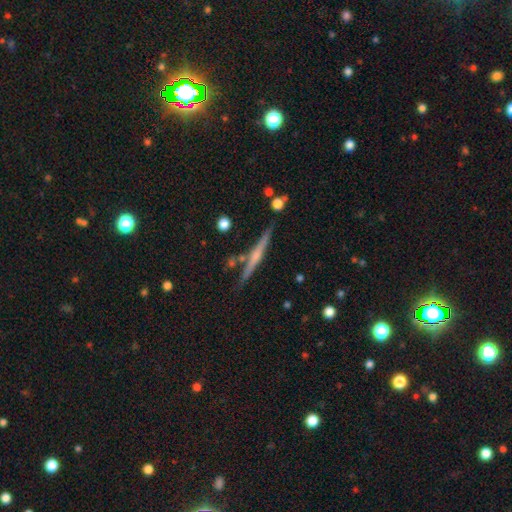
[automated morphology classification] The model was most divided on "edge-on bulge": rounded: 56%, none: 35%, boxy: 10%. More confident: edge-on disk — yes (97%); merging — none (83%); smooth or featured — featured or disk (66%).